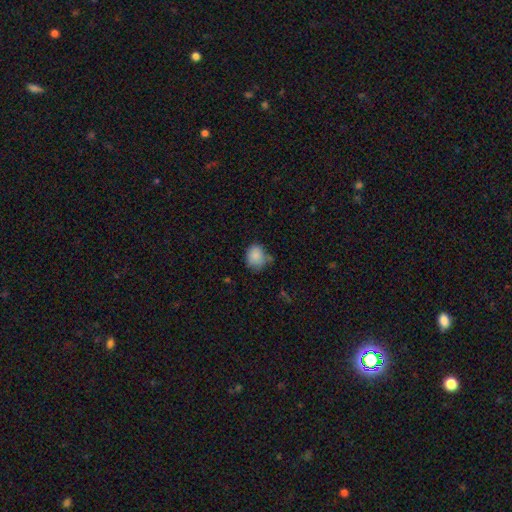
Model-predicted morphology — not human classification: A smooth galaxy with no disk features (86%) that is round (66%).

Vote fractions:
- Smooth or featured? smooth: 86% / star or artifact: 9% / featured or disk: 6%
- How rounded? round: 66% / in between: 33% / cigar-shaped: 1%
- Merging? none: 62% / minor disturbance: 26% / merger: 7% / major disturbance: 6%